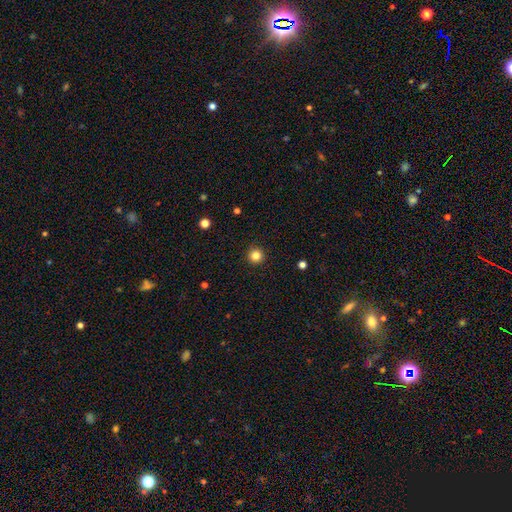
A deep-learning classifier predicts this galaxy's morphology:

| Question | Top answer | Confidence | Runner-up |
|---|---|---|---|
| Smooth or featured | smooth | 84% | star or artifact (12%) |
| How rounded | round | 96% | in between (3%) |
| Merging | none | 93% | minor disturbance (5%) |